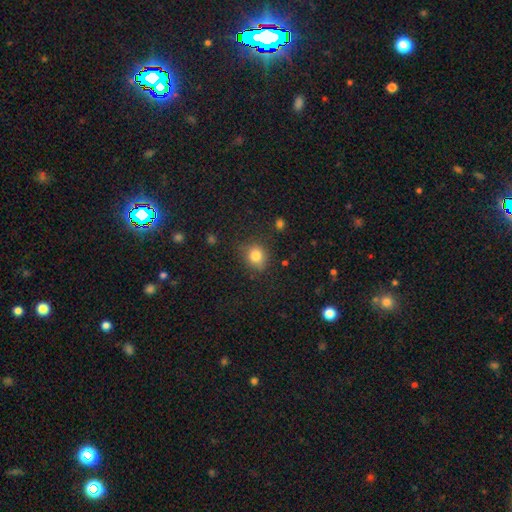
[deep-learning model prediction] A smooth galaxy with no disk features (80%) that is round (67%).

Vote fractions:
- Smooth or featured? smooth: 80% / star or artifact: 12% / featured or disk: 8%
- How rounded? round: 67% / in between: 32% / cigar-shaped: 1%
- Merging? none: 75% / minor disturbance: 18% / major disturbance: 5% / merger: 2%